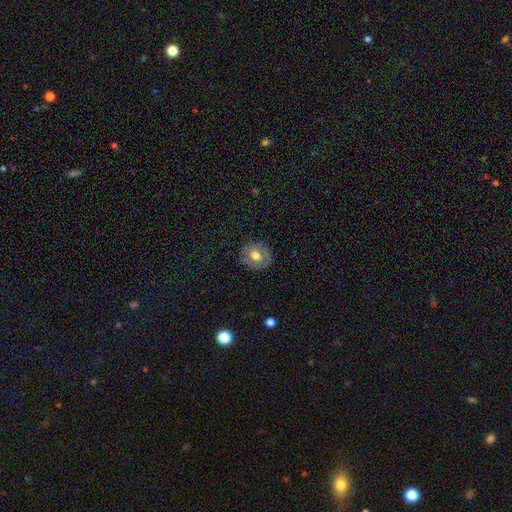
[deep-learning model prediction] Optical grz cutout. It shows a smooth galaxy with no disk features (62%) that is round (72%). Merging: none (85%).